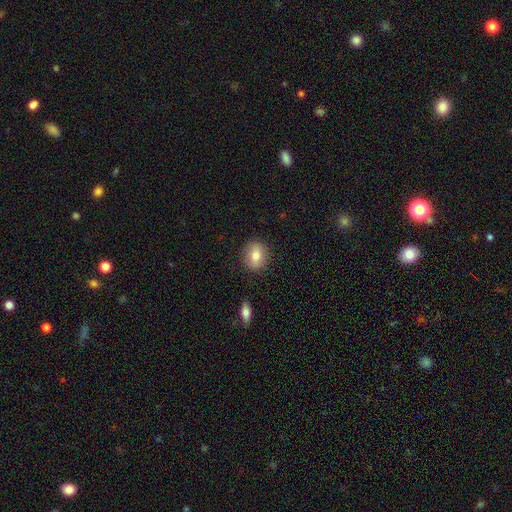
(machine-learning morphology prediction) smooth 76%, featured or disk 16%, star or artifact 8%. Down the decision tree: how rounded — round (53%); merging — none (86%).